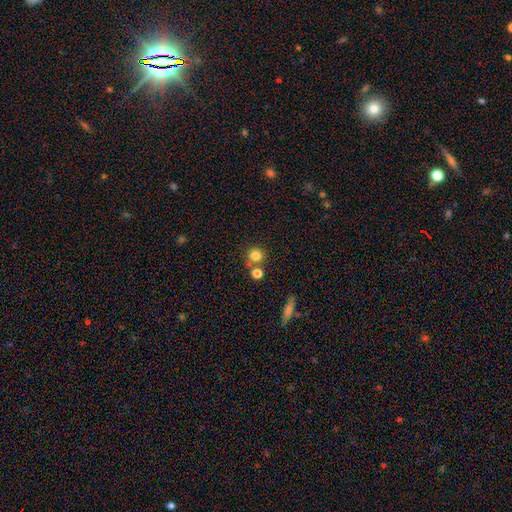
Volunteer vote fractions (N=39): This appears to be a smooth galaxy with no disk features (85%) that is round (97%). Merging: none (81%).